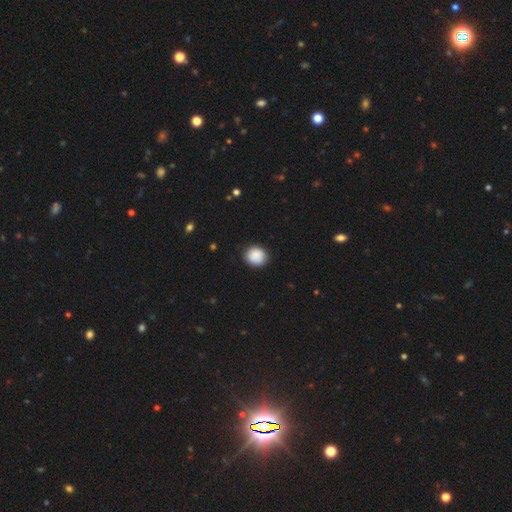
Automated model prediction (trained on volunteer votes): Overall: smooth (88%). How rounded: round (80%). Merging: none (85%).